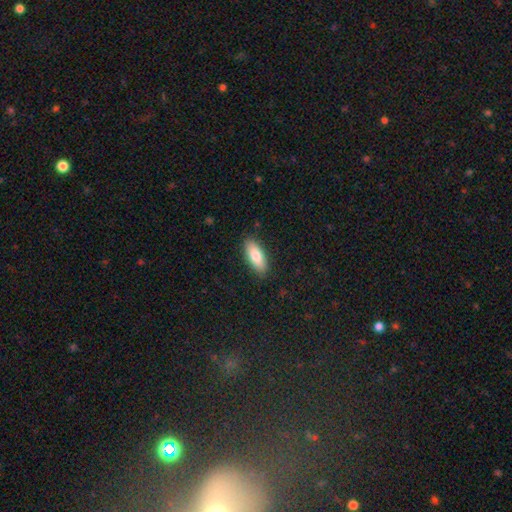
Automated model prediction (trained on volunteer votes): Smooth or featured? smooth (81%)
How rounded? in between (75%)
Merging? none (87%)